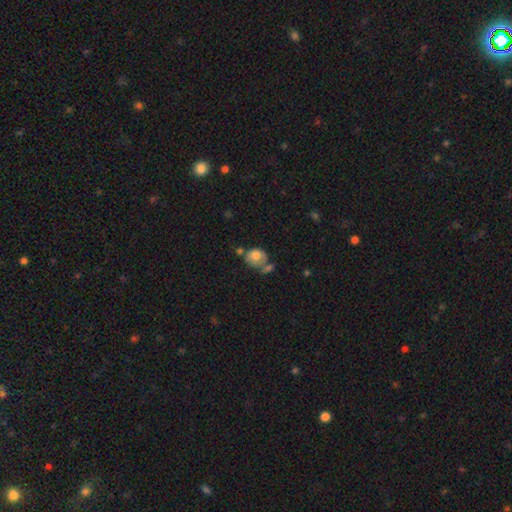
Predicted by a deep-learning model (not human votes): Smooth or featured?
  - smooth: 71% *
  - featured or disk: 21%
  - star or artifact: 8%
How rounded?
  - round: 57% *
  - in between: 41%
  - cigar-shaped: 1%
Merging?
  - none: 36% *
  - merger: 32%
  - minor disturbance: 20%
  - major disturbance: 12%